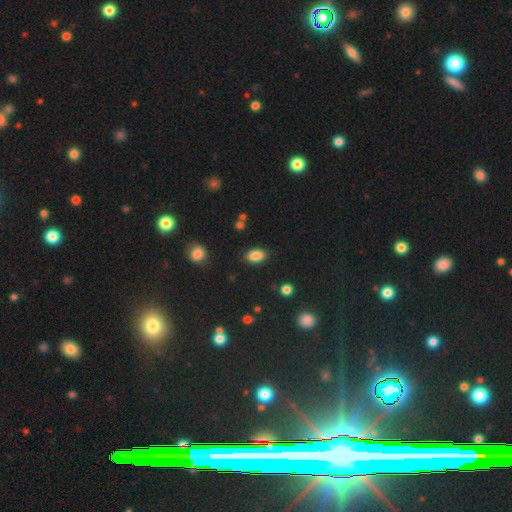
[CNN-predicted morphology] Overall: smooth (86%). How rounded: in between (89%). Merging: none (86%).